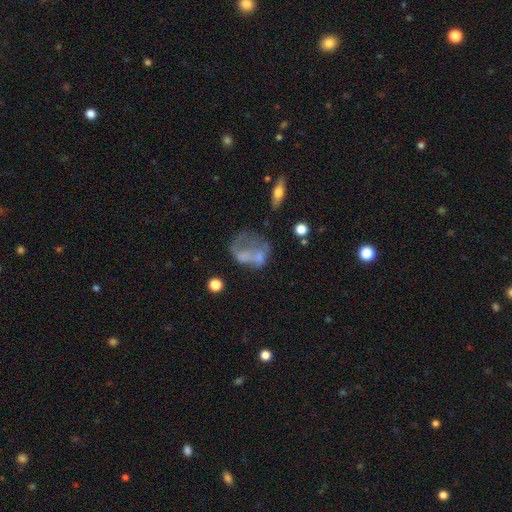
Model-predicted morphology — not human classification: type=featured or disk (47%); merging=major disturbance (43%).